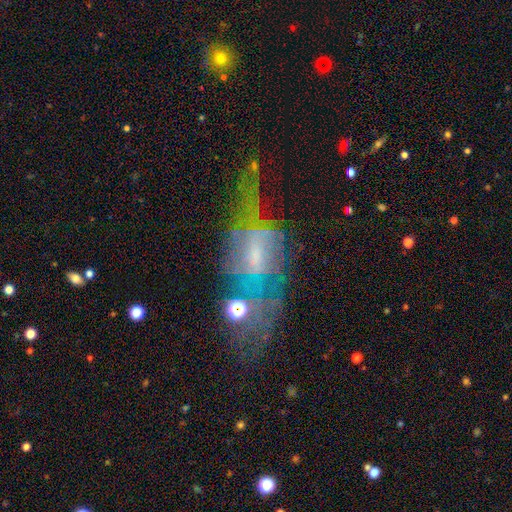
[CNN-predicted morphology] smooth-or-featured: featured or disk: 65% | star or artifact: 19% | smooth: 16%
  disk-edge-on: no: 82% | yes: 18%
    bar: no: 45% | weak: 39% | strong: 16%
    has-spiral-arms: yes: 64% | no: 36%
    bulge-size: small: 51% | moderate: 26% | none: 18% | large: 4% | dominant: 2%
  merging: none: 40% | major disturbance: 27% | minor disturbance: 20% | merger: 13%